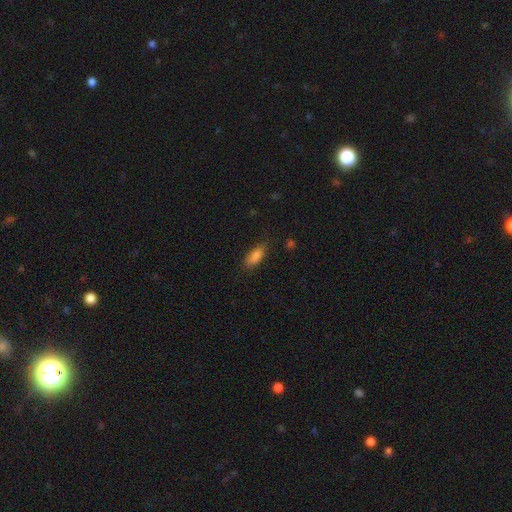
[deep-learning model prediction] A smooth galaxy with no disk features (85%) that is in between round and cigar-shaped (76%).

Vote fractions:
- Smooth or featured? smooth: 85% / star or artifact: 8% / featured or disk: 7%
- How rounded? in between: 76% / cigar-shaped: 22% / round: 2%
- Merging? none: 78% / minor disturbance: 16% / major disturbance: 4% / merger: 1%